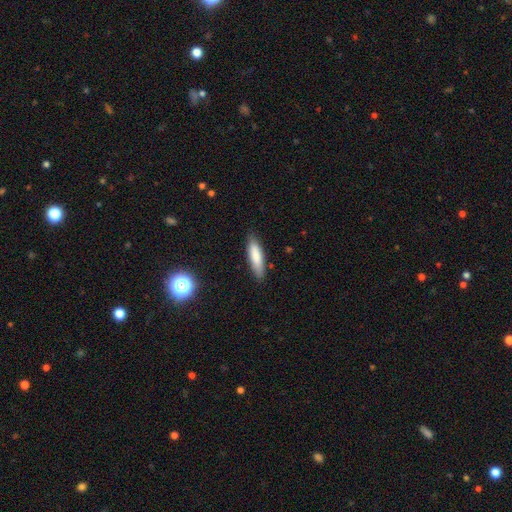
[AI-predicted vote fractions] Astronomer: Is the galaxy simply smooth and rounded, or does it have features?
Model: smooth — 81%.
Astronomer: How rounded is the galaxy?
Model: cigar-shaped — 64%.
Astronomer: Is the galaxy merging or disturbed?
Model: none — 85%.